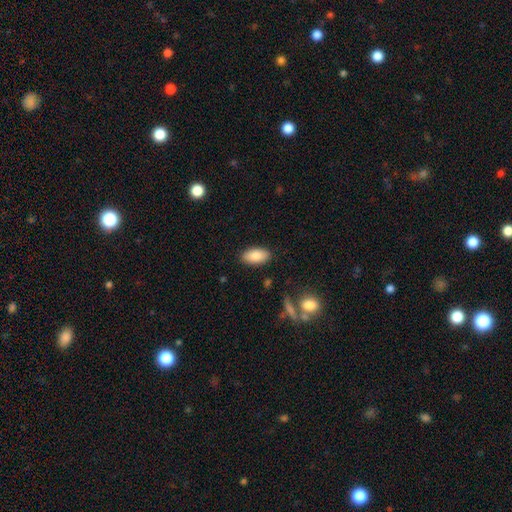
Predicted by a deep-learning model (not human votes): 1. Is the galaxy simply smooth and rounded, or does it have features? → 86% smooth, 7% featured or disk, 7% star or artifact.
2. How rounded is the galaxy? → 92% in between, 5% cigar-shaped, 3% round.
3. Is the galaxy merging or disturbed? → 87% none, 9% minor disturbance, 2% major disturbance, 1% merger.